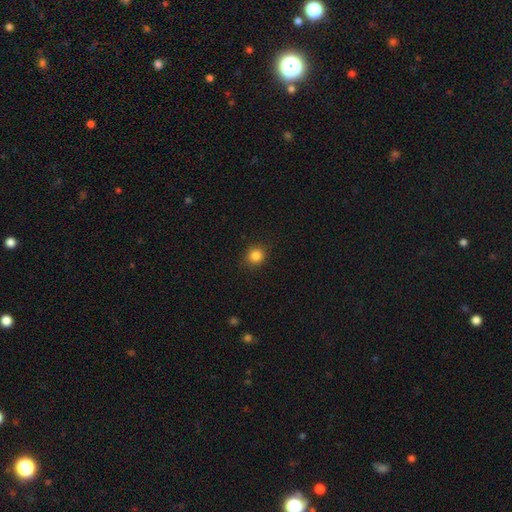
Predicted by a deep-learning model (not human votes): Overall: smooth (85%). How rounded: round (86%). Merging: none (89%).